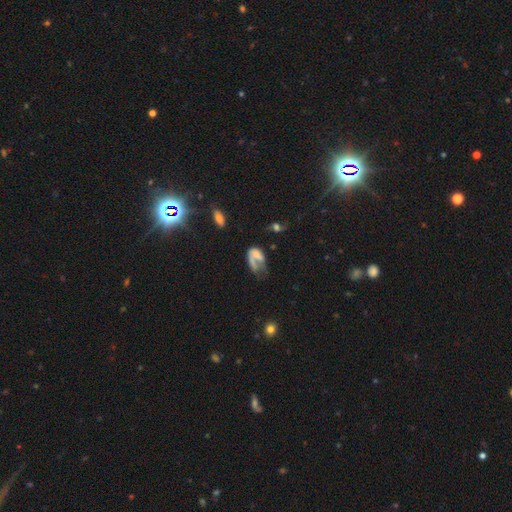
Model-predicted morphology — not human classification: Q: Smooth or featured?
A: featured or disk (47%); runner-up: smooth (40%)
Q: Merging?
A: major disturbance (50%); runner-up: none (22%)